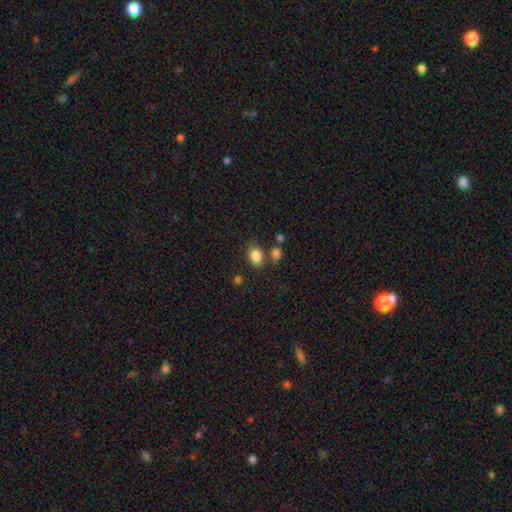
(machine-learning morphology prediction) A smooth galaxy with no disk features (84%) that is in between round and cigar-shaped (55%).

Vote fractions:
- Smooth or featured? smooth: 84% / star or artifact: 10% / featured or disk: 6%
- How rounded? in between: 55% / round: 44% / cigar-shaped: 1%
- Merging? none: 68% / minor disturbance: 14% / merger: 13% / major disturbance: 5%